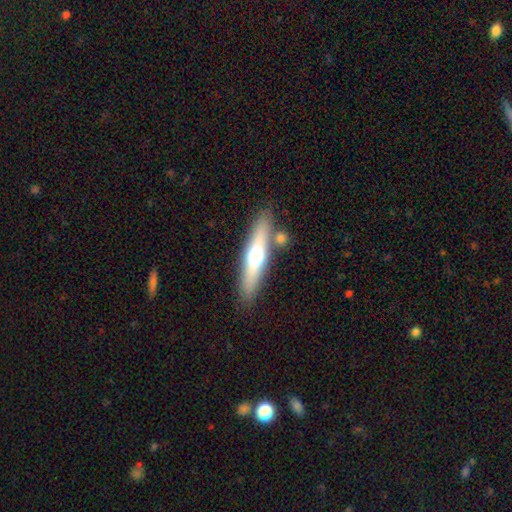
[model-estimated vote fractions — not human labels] This appears to be a featured or disk galaxy (50%) viewed edge-on (88%). Merging: none (80%).